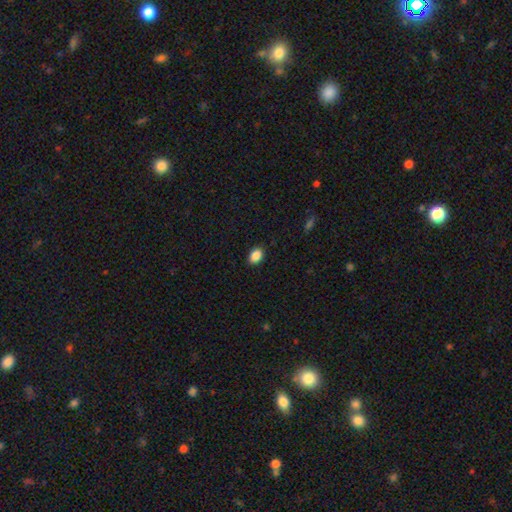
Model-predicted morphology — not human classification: Smooth or featured: smooth — 88% (star or artifact — 8%)
How rounded: in between — 80% (round — 19%)
Merging: none — 89% (minor disturbance — 8%)